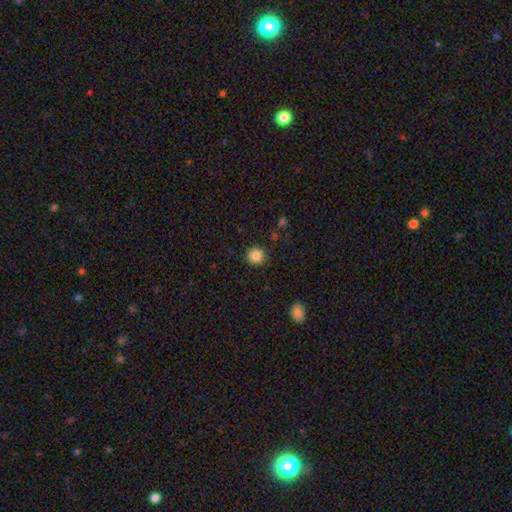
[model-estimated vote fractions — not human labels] Overall: smooth (85%). How rounded: round (94%). Merging: none (90%).